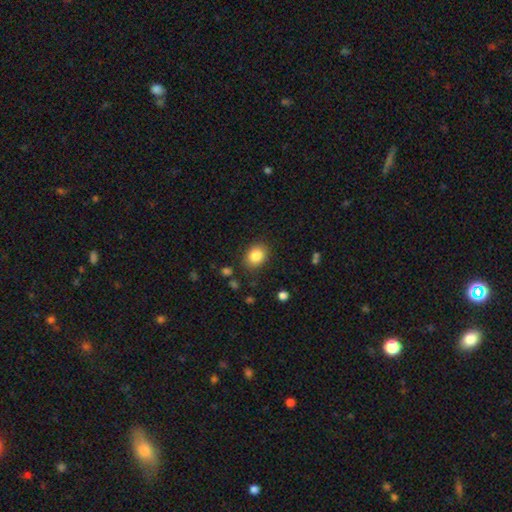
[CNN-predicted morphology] smooth 85%, star or artifact 9%, featured or disk 6%. Down the decision tree: how rounded — round (53%); merging — none (85%).